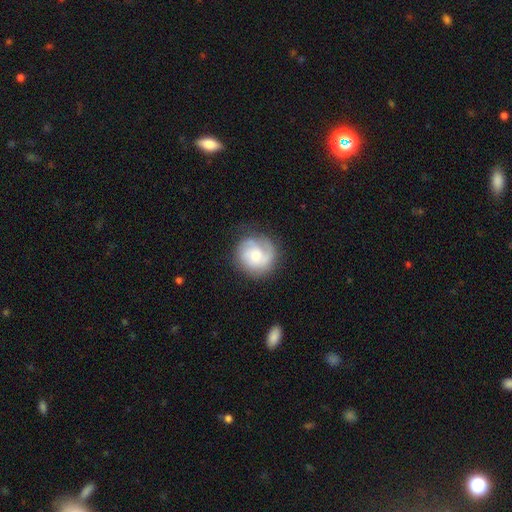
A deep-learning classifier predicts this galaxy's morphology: Smooth or featured?
  - featured or disk: 56% *
  - smooth: 37%
  - star or artifact: 7%
Edge-on disk?
  - no: 98% *
  - yes: 2%
Bar?
  - no: 72% *
  - weak: 24%
  - strong: 3%
Spiral arms?
  - yes: 88% *
  - no: 12%
Bulge size?
  - moderate: 51% *
  - small: 36%
  - large: 9%
  - none: 3%
  - dominant: 2%
Merging?
  - none: 72% *
  - minor disturbance: 18%
  - major disturbance: 9%
  - merger: 2%